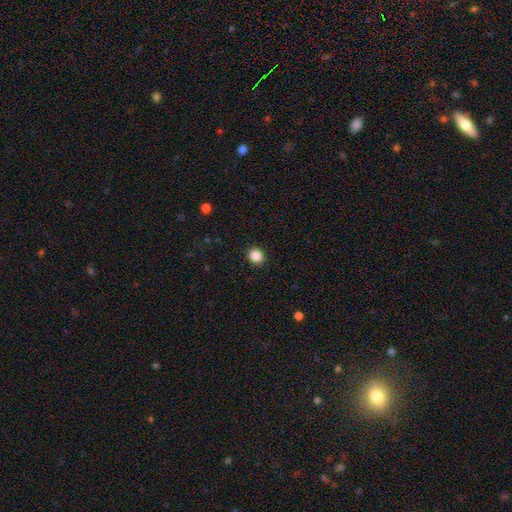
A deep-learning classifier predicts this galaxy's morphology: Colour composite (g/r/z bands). It shows a smooth galaxy with no disk features (87%) that is round (75%). Merging: none (92%).